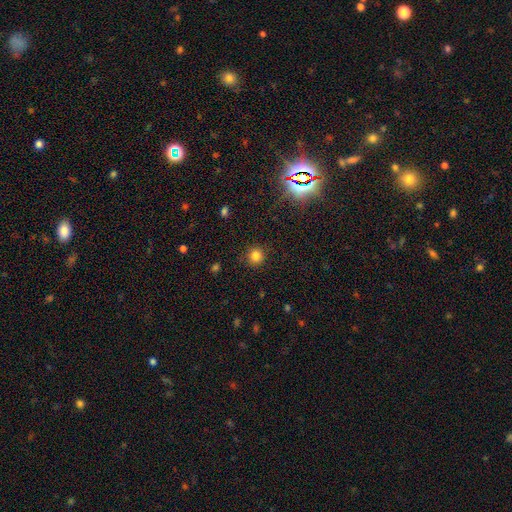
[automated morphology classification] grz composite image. It shows a smooth galaxy with no disk features (80%) that is round (93%). Merging: none (90%).